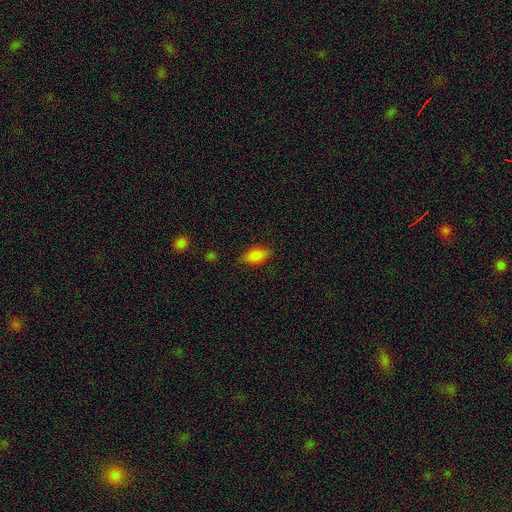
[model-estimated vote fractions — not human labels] Smooth or featured? smooth (85%)
How rounded? in between (91%)
Merging? none (79%)